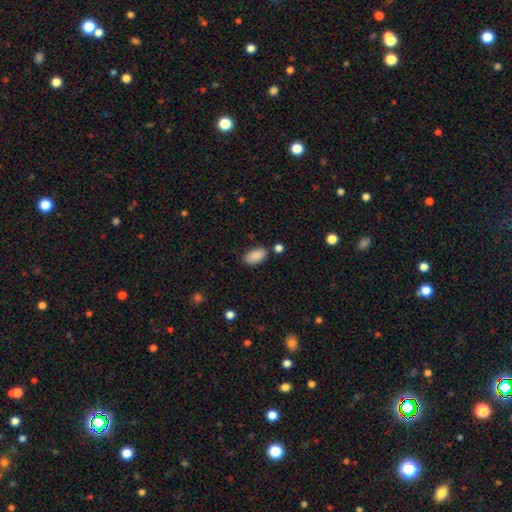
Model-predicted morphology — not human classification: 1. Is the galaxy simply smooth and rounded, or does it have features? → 89% smooth, 7% star or artifact, 4% featured or disk.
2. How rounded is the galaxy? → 94% in between, 3% round, 3% cigar-shaped.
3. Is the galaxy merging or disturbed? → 78% none, 14% minor disturbance, 5% merger, 3% major disturbance.